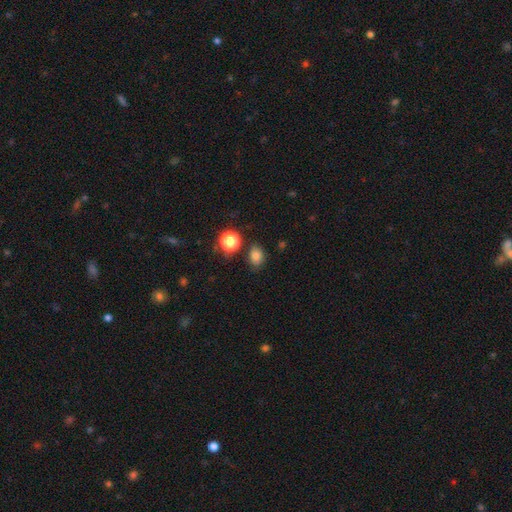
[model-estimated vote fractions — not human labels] Smooth or featured? smooth (78%)
How rounded? in between (51%)
Merging? none (76%)